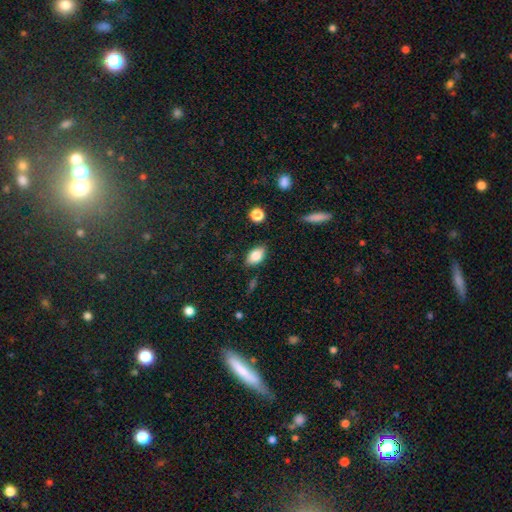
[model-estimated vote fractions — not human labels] smooth 84%, star or artifact 8%, featured or disk 8%. Down the decision tree: how rounded — in between (88%); merging — none (82%).